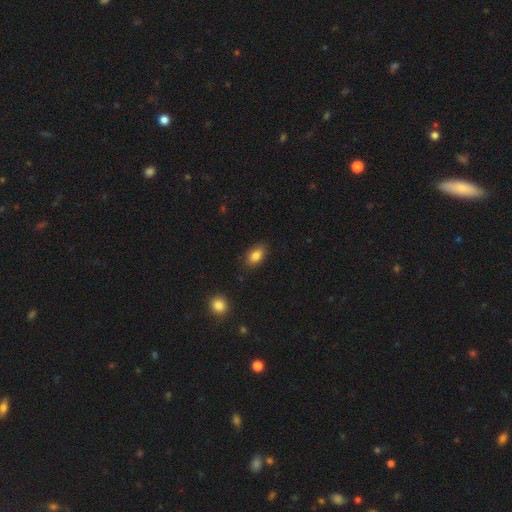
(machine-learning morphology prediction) This appears to be a smooth galaxy with no disk features (84%) that is in between round and cigar-shaped (89%). Merging: none (84%).